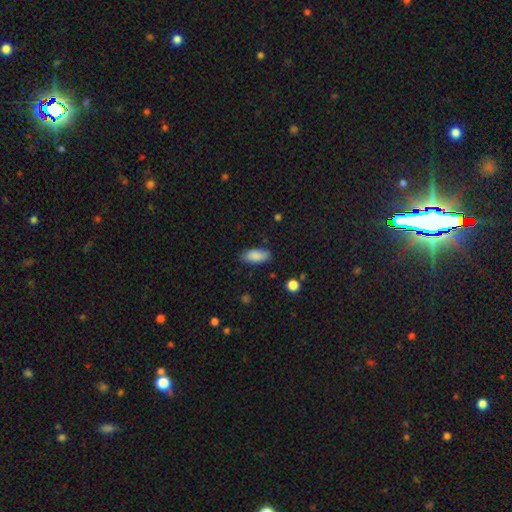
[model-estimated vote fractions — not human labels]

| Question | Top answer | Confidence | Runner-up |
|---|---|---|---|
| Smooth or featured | smooth | 87% | star or artifact (7%) |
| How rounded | in between | 88% | cigar-shaped (10%) |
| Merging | none | 80% | minor disturbance (16%) |